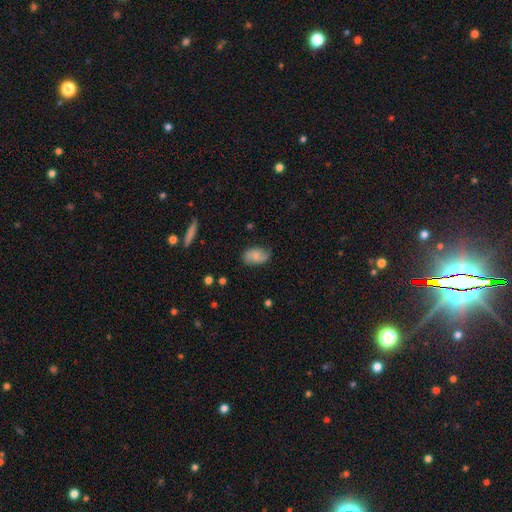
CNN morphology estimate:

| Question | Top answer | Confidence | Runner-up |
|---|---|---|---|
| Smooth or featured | smooth | 68% | featured or disk (25%) |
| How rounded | in between | 92% | round (6%) |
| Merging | none | 69% | minor disturbance (24%) |